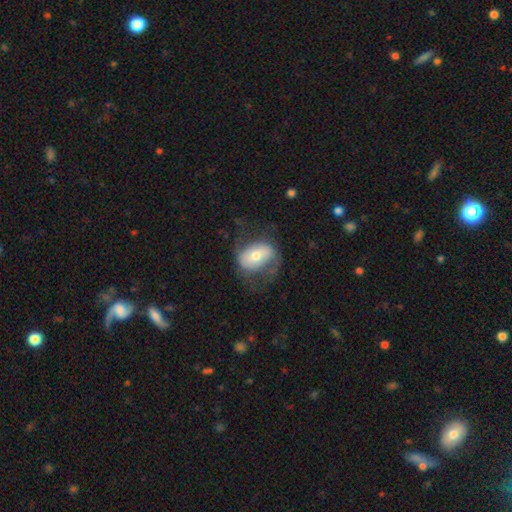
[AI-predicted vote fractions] The model was most divided on "smooth or featured": featured or disk: 51%, smooth: 43%, star or artifact: 7%. More confident: edge-on disk — no (94%); merging — none (54%).